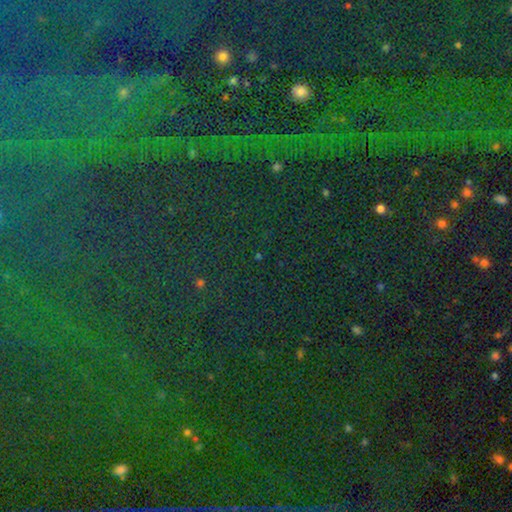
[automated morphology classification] star or artifact 81%, smooth 11%, featured or disk 8%.